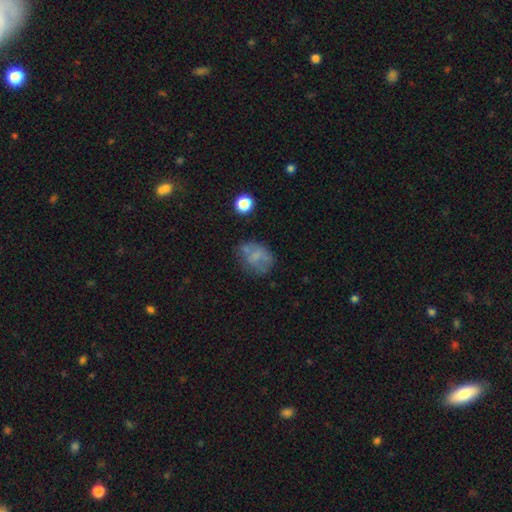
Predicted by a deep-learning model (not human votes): Smooth or featured?
  - smooth: 57% *
  - featured or disk: 29%
  - star or artifact: 14%
How rounded?
  - in between: 54% *
  - round: 45%
  - cigar-shaped: 1%
Merging?
  - none: 51% *
  - minor disturbance: 25%
  - major disturbance: 16%
  - merger: 8%